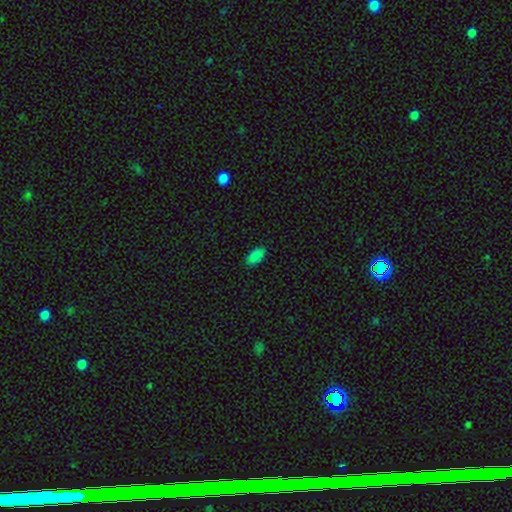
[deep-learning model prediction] Smooth or featured? smooth (87%)
How rounded? in between (93%)
Merging? none (88%)